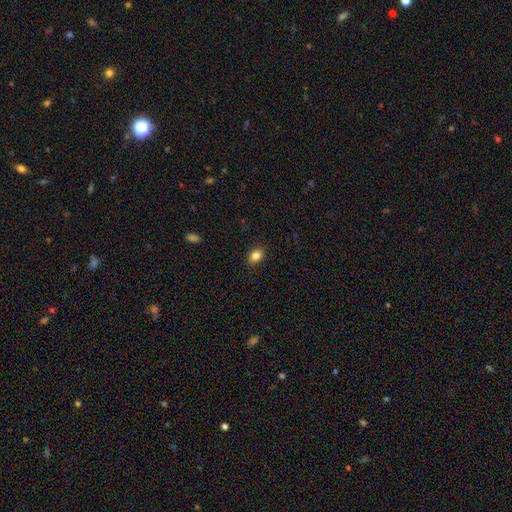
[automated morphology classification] A smooth galaxy with no disk features (84%) that is in between round and cigar-shaped (75%).

Vote fractions:
- Smooth or featured? smooth: 84% / star or artifact: 10% / featured or disk: 6%
- How rounded? in between: 75% / round: 23% / cigar-shaped: 1%
- Merging? none: 88% / minor disturbance: 9% / major disturbance: 2% / merger: 1%